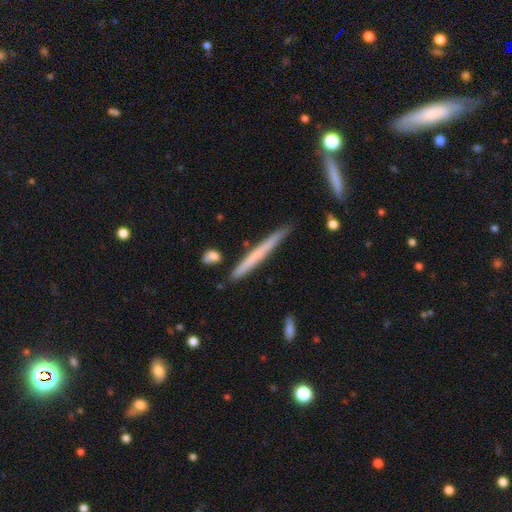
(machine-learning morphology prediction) smooth-or-featured: smooth: 53% | featured or disk: 42% | star or artifact: 6%
  how-rounded: cigar-shaped: 97% | in between: 2% | round: 1%
  merging: none: 86% | minor disturbance: 10% | merger: 2% | major disturbance: 2%